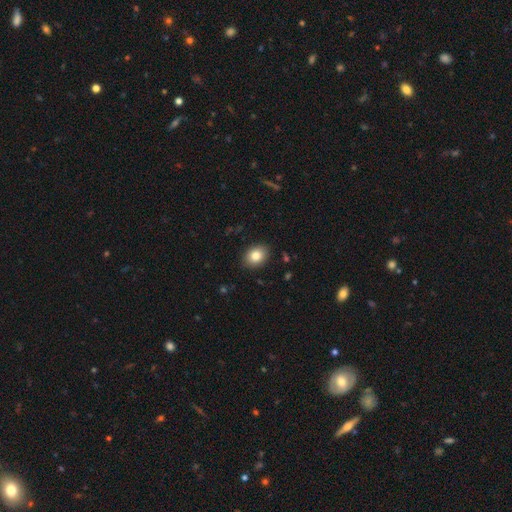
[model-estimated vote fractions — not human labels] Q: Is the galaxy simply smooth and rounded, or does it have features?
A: smooth — 82%.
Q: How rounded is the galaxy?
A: in between — 62%.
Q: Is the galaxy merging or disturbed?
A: none — 88%.